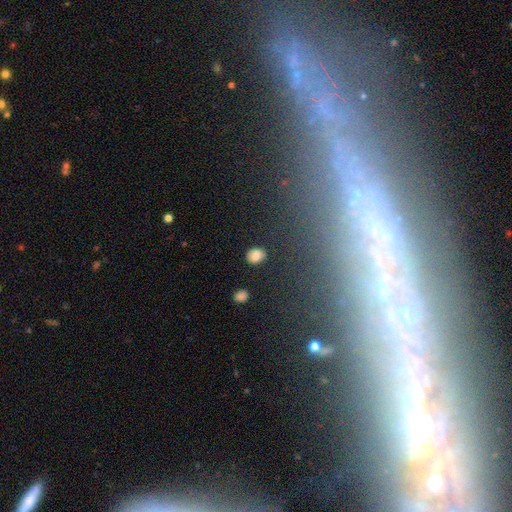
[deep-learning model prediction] Q: Smooth or featured?
A: smooth (82%); runner-up: star or artifact (10%)
Q: How rounded?
A: in between (58%); runner-up: round (41%)
Q: Merging?
A: none (82%); runner-up: minor disturbance (12%)